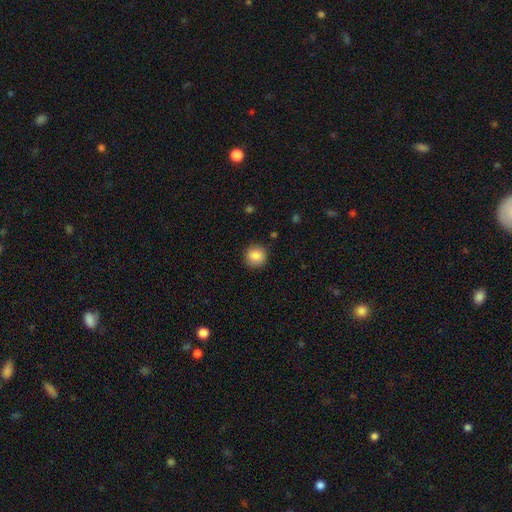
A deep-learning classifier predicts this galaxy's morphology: This is clearly a smooth galaxy (87%). How rounded: clearly round (92%). Merging: clearly none (89%).